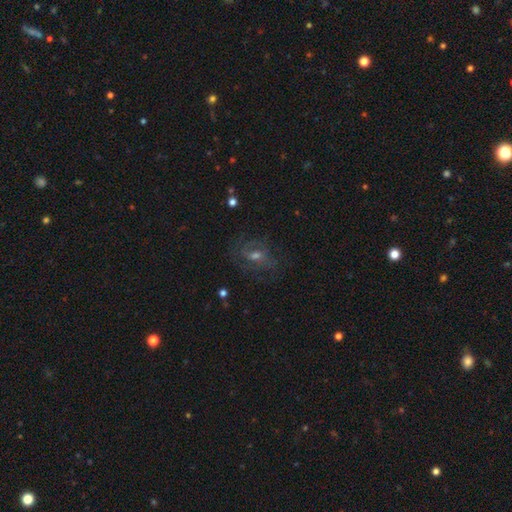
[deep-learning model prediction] A featured or disk galaxy (56%) with no bar (47%), spiral arms (73%) and a moderate central bulge (53%). Merging: none (68%).